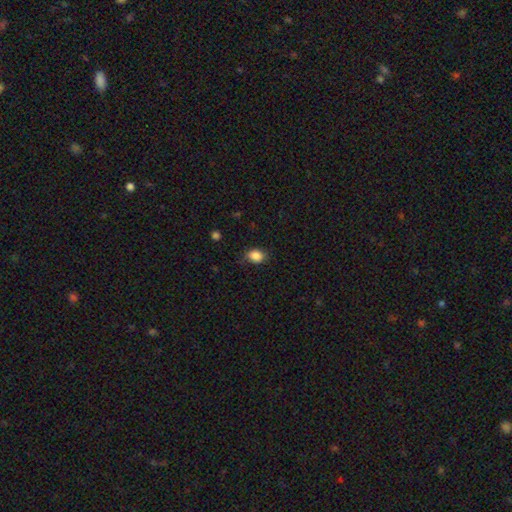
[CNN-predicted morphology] Overall: smooth (86%). How rounded: in between (56%; round 43%). Merging: none (77%).